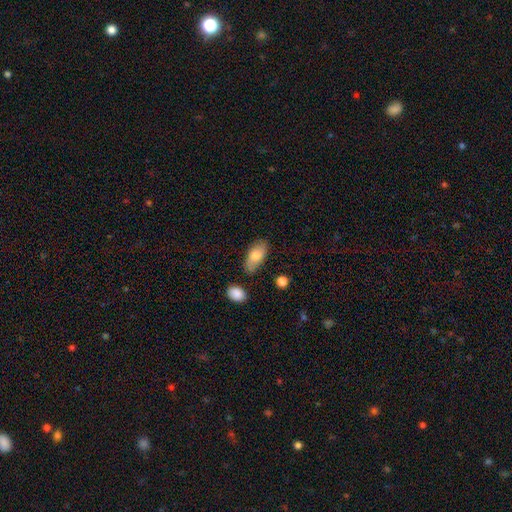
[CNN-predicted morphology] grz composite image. It shows a smooth galaxy with no disk features (75%) that is in between round and cigar-shaped (92%). Merging: none (73%).